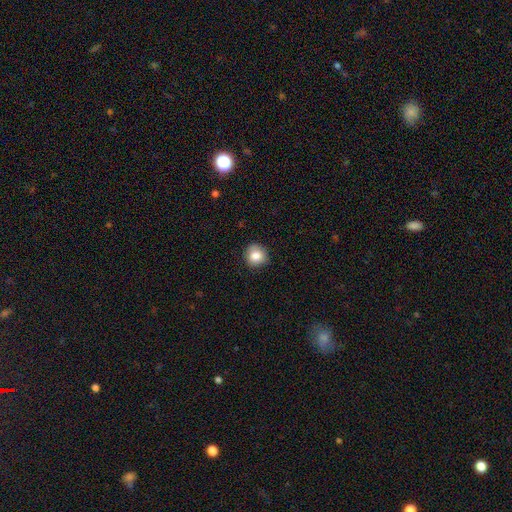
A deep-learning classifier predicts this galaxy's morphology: Smooth or featured: smooth — 83% (star or artifact — 9%)
How rounded: round — 90% (in between — 9%)
Merging: none — 84% (minor disturbance — 13%)